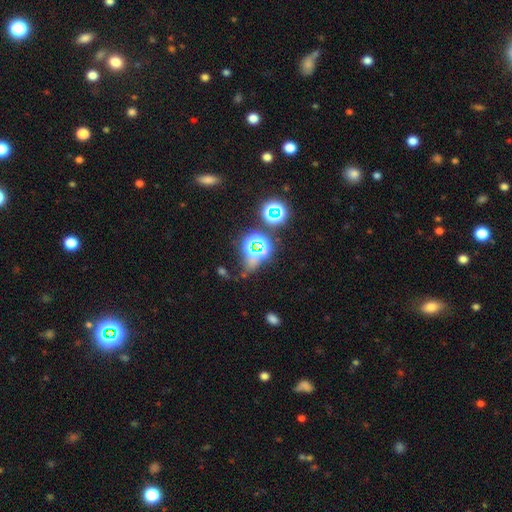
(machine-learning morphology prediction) This appears to be a star or artifact, not a galaxy (61%).